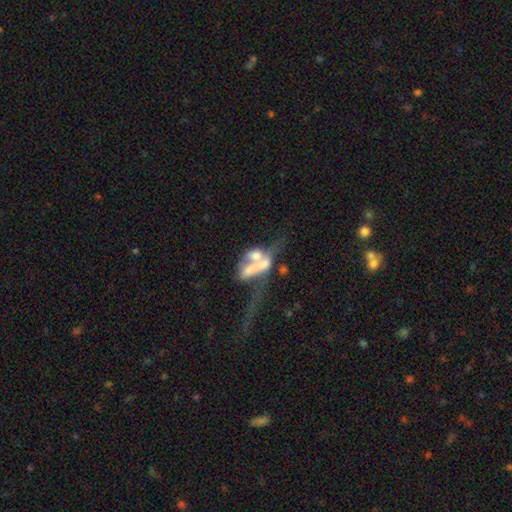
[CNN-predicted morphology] Q: Smooth or featured?
A: smooth (44%); tied with: featured or disk (44%)
Q: Merging?
A: merger (64%); runner-up: major disturbance (19%)